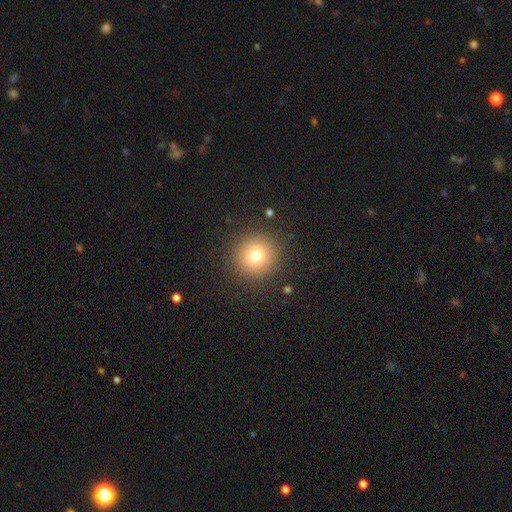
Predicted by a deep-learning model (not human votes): The model was most divided on "smooth or featured": smooth: 76%, star or artifact: 14%, featured or disk: 10%. More confident: how rounded — round (95%); merging — none (89%).